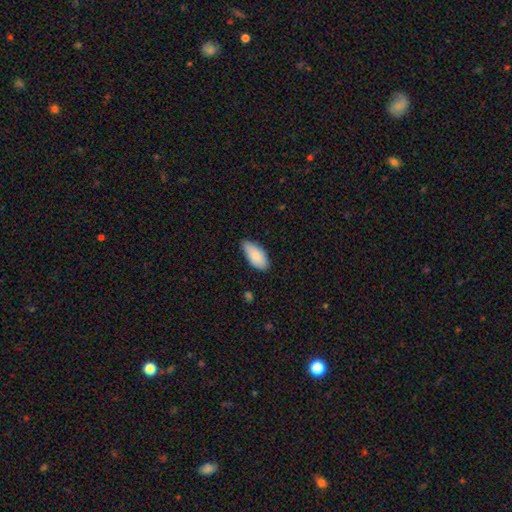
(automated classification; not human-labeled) Overall: smooth (86%). How rounded: in between (91%). Merging: none (73%).